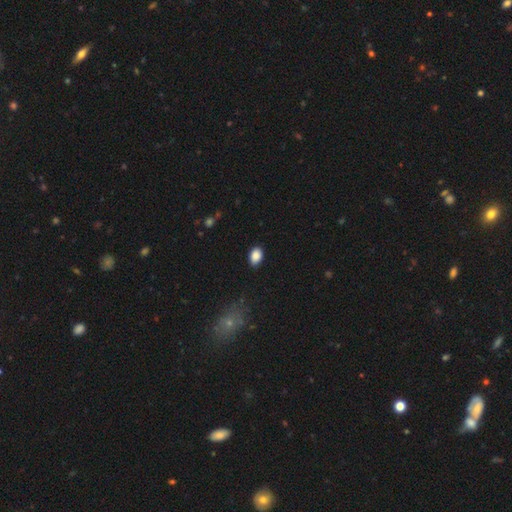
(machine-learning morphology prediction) A smooth galaxy with no disk features (88%) that is in between round and cigar-shaped (85%).

Vote fractions:
- Smooth or featured? smooth: 88% / star or artifact: 8% / featured or disk: 4%
- How rounded? in between: 85% / round: 14% / cigar-shaped: 1%
- Merging? none: 84% / minor disturbance: 13% / major disturbance: 2% / merger: 1%